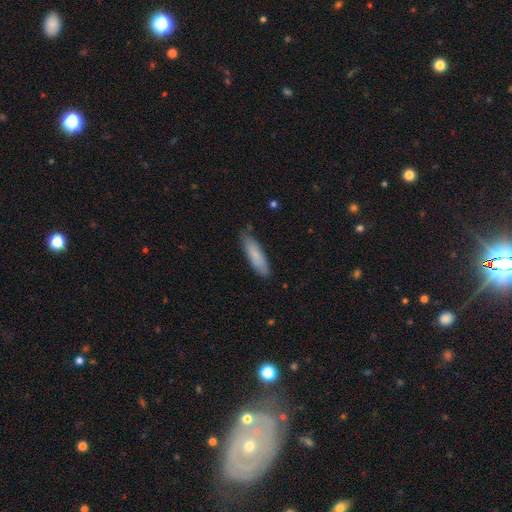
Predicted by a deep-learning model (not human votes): Smooth or featured? Predicted: smooth (p=0.80). How rounded? Predicted: cigar-shaped (p=0.64). Merging? Predicted: none (p=0.81).